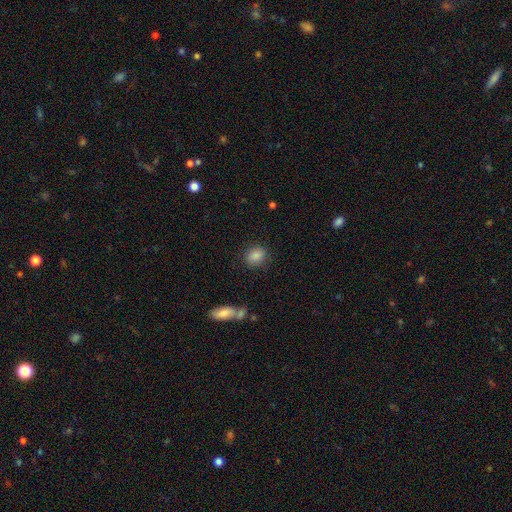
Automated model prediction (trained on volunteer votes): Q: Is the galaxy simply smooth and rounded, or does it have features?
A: smooth — 86%.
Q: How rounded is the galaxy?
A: round — 51%.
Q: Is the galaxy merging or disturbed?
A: none — 83%.